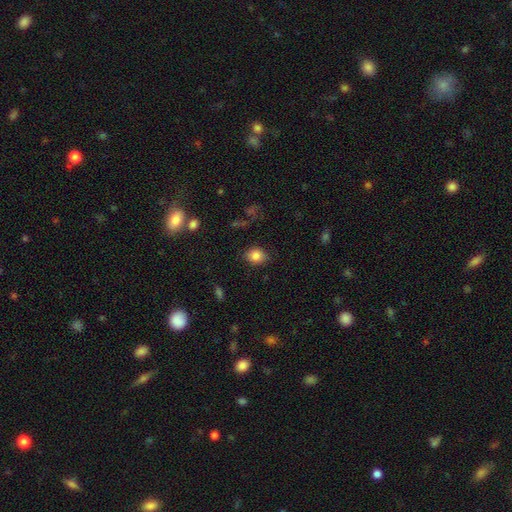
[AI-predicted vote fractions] A smooth galaxy with no disk features (84%) that is in between round and cigar-shaped (50%).

Vote fractions:
- Smooth or featured? smooth: 84% / star or artifact: 10% / featured or disk: 6%
- How rounded? in between: 50% / round: 49% / cigar-shaped: 1%
- Merging? none: 82% / minor disturbance: 13% / major disturbance: 3% / merger: 1%